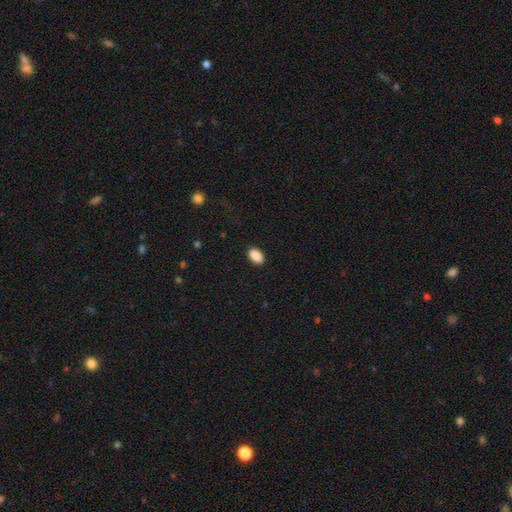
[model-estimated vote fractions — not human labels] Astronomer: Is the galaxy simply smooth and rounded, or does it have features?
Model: smooth — 90%.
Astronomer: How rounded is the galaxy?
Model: in between — 92%.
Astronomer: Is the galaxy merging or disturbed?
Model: none — 89%.